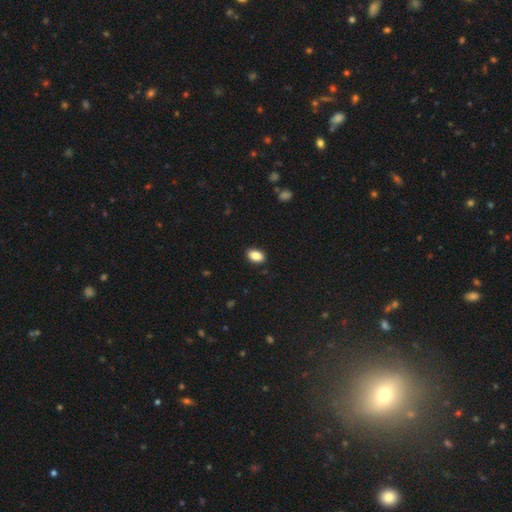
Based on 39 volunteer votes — Q: Smooth or featured?
A: smooth (90%); runner-up: star or artifact (8%)
Q: How rounded?
A: in between (91%); runner-up: round (9%)
Q: Merging?
A: none (92%); runner-up: minor disturbance (6%)